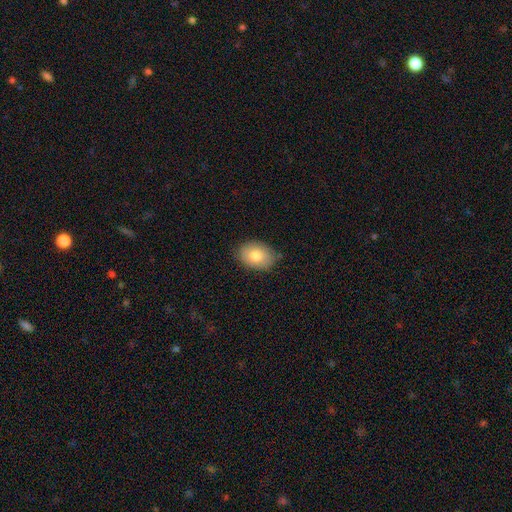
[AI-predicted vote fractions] Smooth or featured? smooth (80%)
How rounded? in between (76%)
Merging? none (83%)